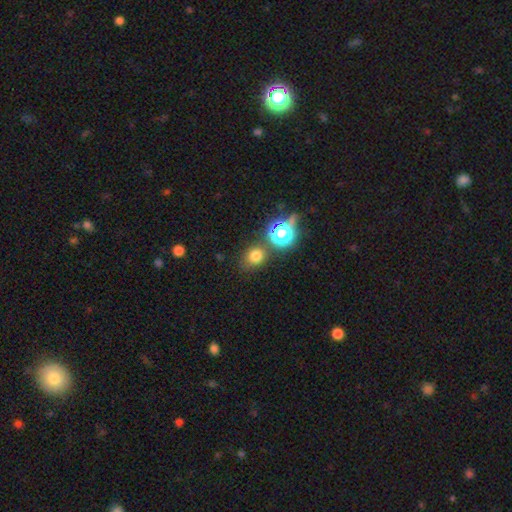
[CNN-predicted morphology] Overall: smooth (70%). How rounded: round (68%; in between 30%). Merging: none (72%).